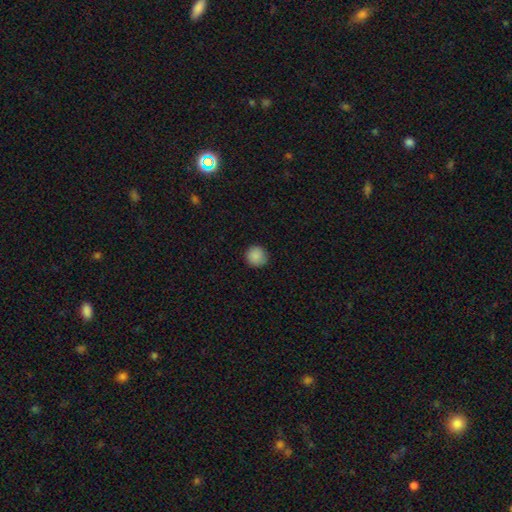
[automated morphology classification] Q: Smooth or featured?
A: smooth (88%); runner-up: star or artifact (9%)
Q: How rounded?
A: round (95%); runner-up: in between (4%)
Q: Merging?
A: none (89%); runner-up: minor disturbance (8%)